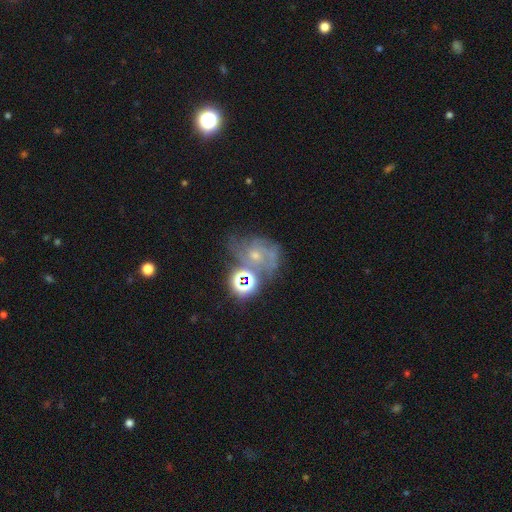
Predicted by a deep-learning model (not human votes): Q: Smooth or featured?
A: featured or disk (52%); runner-up: star or artifact (29%)
Q: Edge-on disk?
A: no (97%); runner-up: yes (3%)
Q: Bar?
A: no (74%); runner-up: weak (21%)
Q: Spiral arms?
A: yes (78%); runner-up: no (22%)
Q: Bulge size?
A: small (60%); runner-up: moderate (31%)
Q: Merging?
A: none (42%); runner-up: major disturbance (20%)